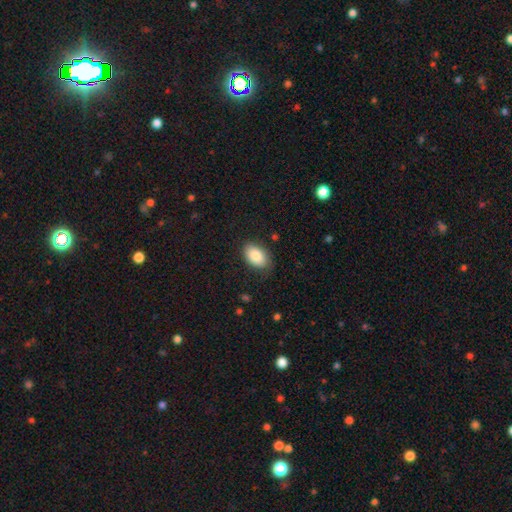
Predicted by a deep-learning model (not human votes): smooth 86%, featured or disk 7%, star or artifact 7%. Down the decision tree: how rounded — in between (91%); merging — none (79%).